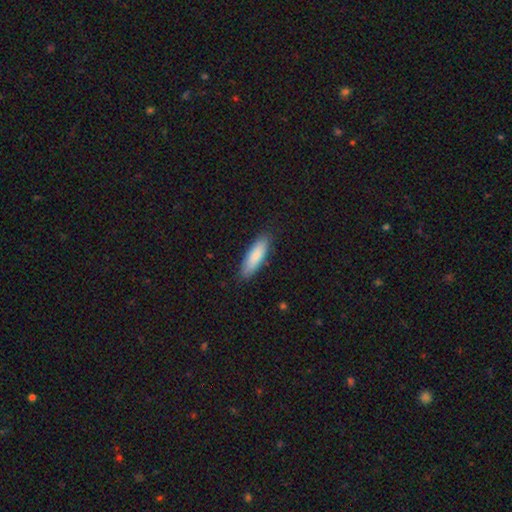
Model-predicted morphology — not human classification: This appears to be a smooth galaxy with no disk features (86%) that is cigar-shaped (52%). Merging: none (86%).